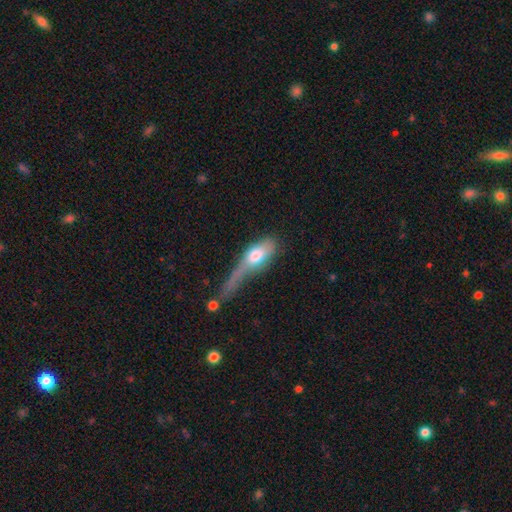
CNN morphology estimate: smooth-or-featured: smooth: 67% | featured or disk: 26% | star or artifact: 8%
  how-rounded: in between: 68% | cigar-shaped: 25% | round: 7%
  merging: major disturbance: 47% | minor disturbance: 21% | none: 19% | merger: 14%